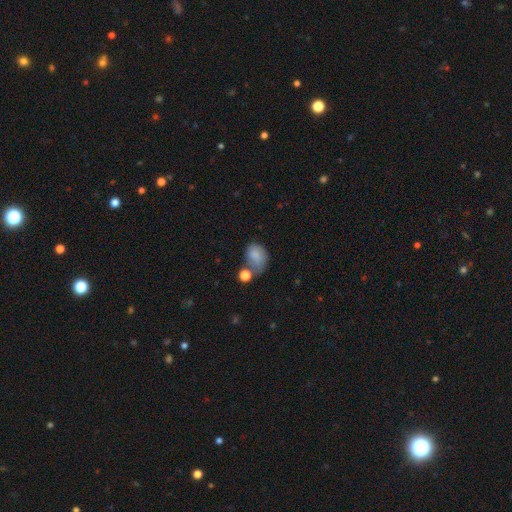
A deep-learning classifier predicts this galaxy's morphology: The model was most divided on "merging": none: 39%, minor disturbance: 27%, merger: 18%, major disturbance: 16%. More confident: smooth or featured — smooth (81%); how rounded — in between (70%).